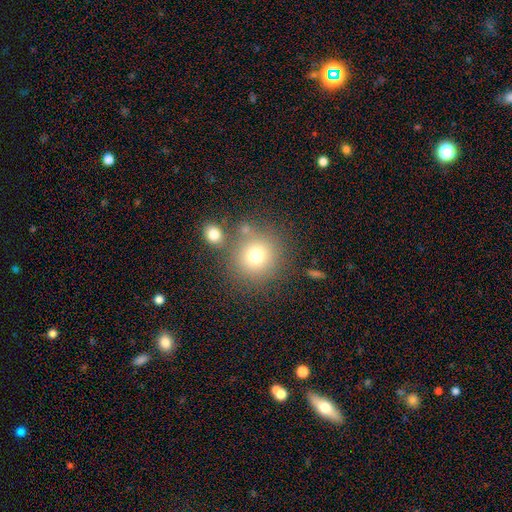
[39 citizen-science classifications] Overall: smooth (82%). How rounded: round (88%). Merging: none (87%).